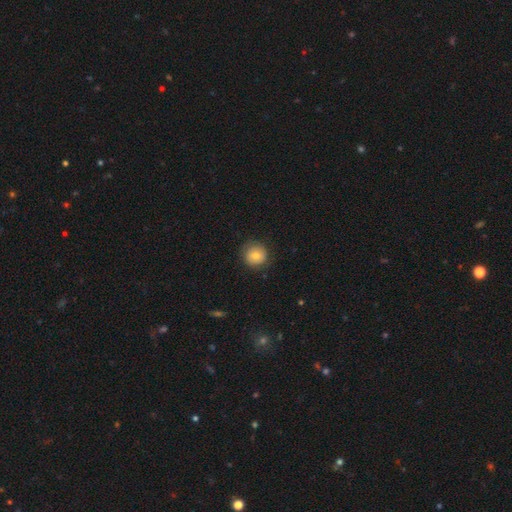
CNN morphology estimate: A smooth galaxy with no disk features (75%) that is round (91%). Merging: none (82%).